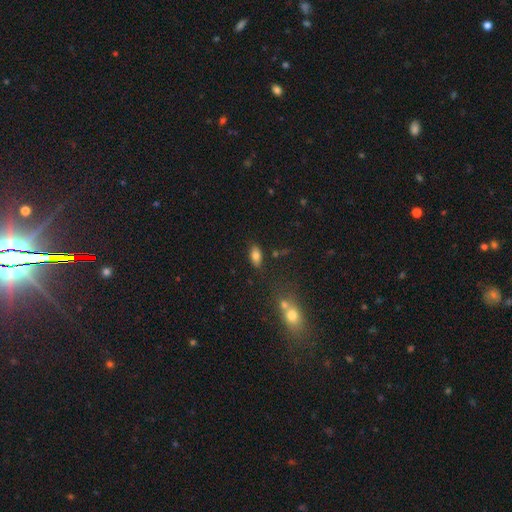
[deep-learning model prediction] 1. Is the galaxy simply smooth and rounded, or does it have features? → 79% smooth, 11% featured or disk, 10% star or artifact.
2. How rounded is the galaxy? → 90% in between, 5% round, 5% cigar-shaped.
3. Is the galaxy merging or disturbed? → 79% none, 12% minor disturbance, 5% merger, 3% major disturbance.